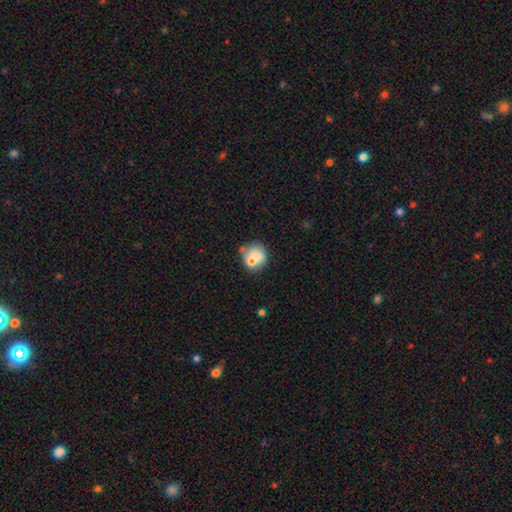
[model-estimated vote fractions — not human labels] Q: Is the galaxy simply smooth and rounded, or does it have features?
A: smooth — 66%.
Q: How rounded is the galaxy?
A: round — 80%.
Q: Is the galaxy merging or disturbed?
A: none — 49%.